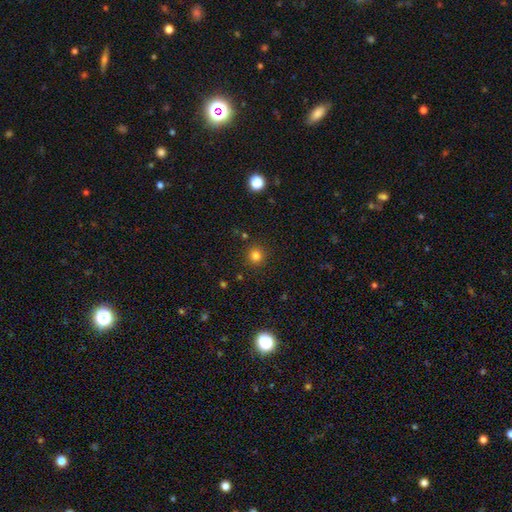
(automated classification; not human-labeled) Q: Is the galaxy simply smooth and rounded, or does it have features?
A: smooth — 81%.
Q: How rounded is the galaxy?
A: round — 91%.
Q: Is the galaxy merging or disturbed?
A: none — 89%.